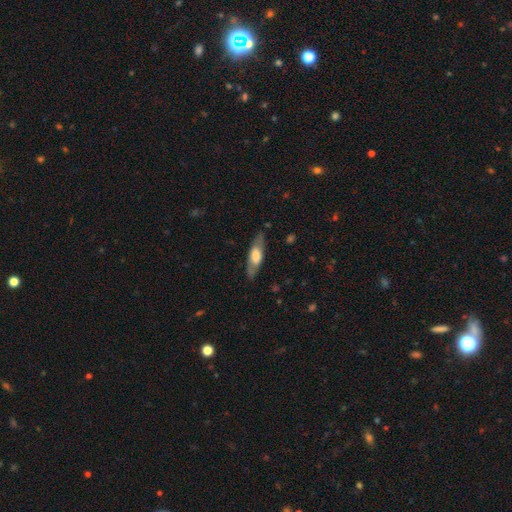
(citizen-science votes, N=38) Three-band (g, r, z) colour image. It shows a smooth galaxy with no disk features (47%, tied with featured or disk) that is in between round and cigar-shaped (44%, tied with cigar-shaped). Merging: none (69%).